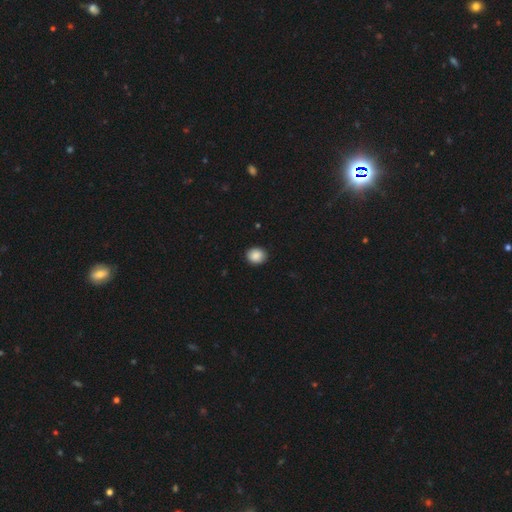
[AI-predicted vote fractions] smooth-or-featured: smooth: 89% | star or artifact: 8% | featured or disk: 3%
  how-rounded: round: 70% | in between: 29% | cigar-shaped: 1%
  merging: none: 90% | minor disturbance: 8% | major disturbance: 2% | merger: 1%